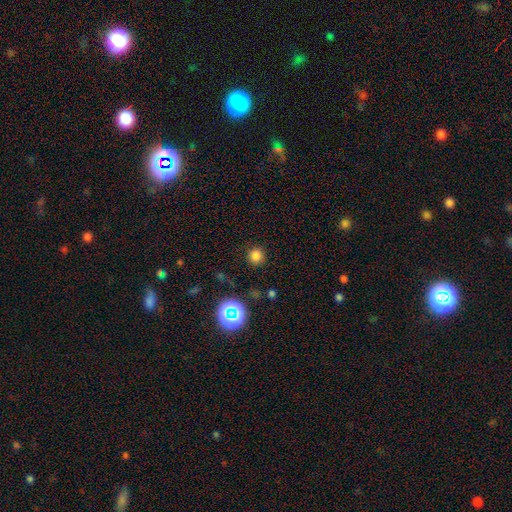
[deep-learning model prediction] smooth-or-featured: smooth: 78% | star or artifact: 17% | featured or disk: 4%
  how-rounded: round: 89% | in between: 10% | cigar-shaped: 1%
  merging: none: 89% | minor disturbance: 7% | major disturbance: 3% | merger: 2%